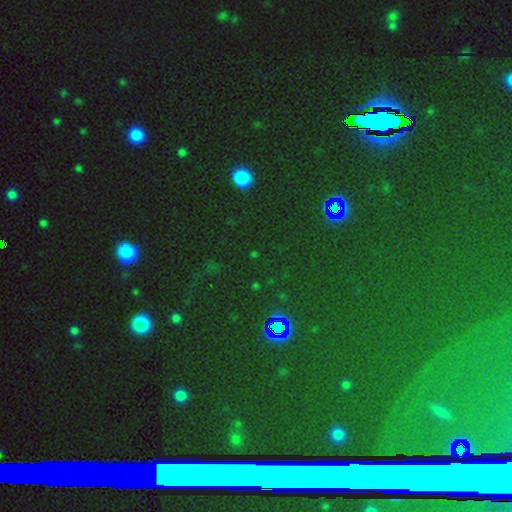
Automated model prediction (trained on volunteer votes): star or artifact 72%, smooth 19%, featured or disk 9%.